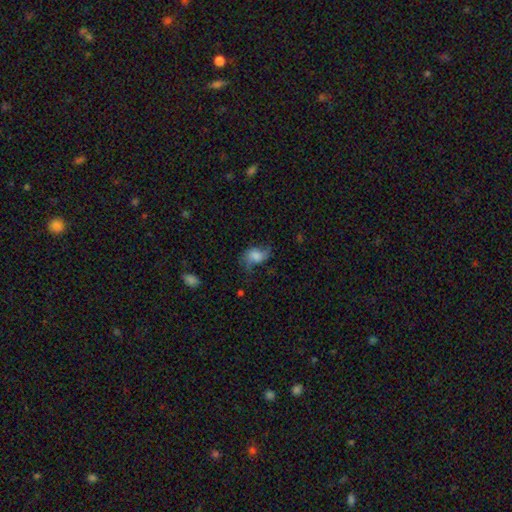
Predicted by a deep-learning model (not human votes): Q: Smooth or featured?
A: smooth (55%); runner-up: featured or disk (34%)
Q: How rounded?
A: in between (80%); runner-up: round (18%)
Q: Merging?
A: none (50%); runner-up: minor disturbance (27%)